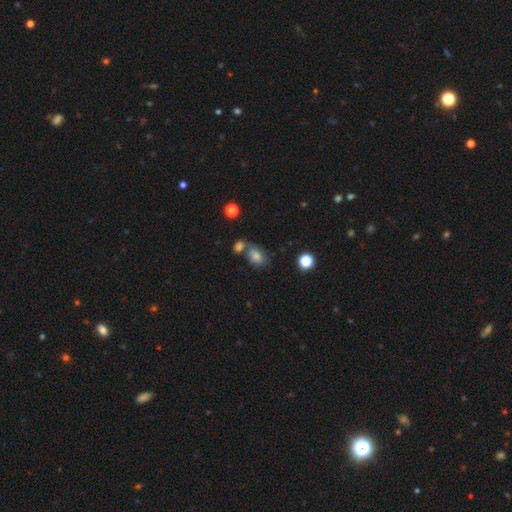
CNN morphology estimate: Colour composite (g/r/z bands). It shows a smooth galaxy with no disk features (74%) that is in between round and cigar-shaped (67%). Merging: none (47%).